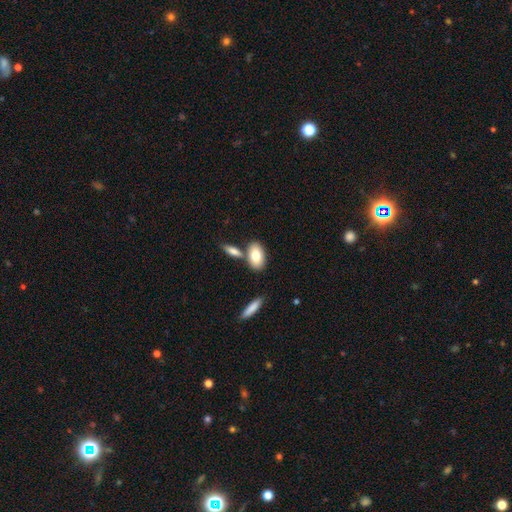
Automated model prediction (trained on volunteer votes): smooth-or-featured: smooth: 79% | featured or disk: 15% | star or artifact: 6%
  how-rounded: in between: 91% | round: 5% | cigar-shaped: 4%
  merging: none: 63% | merger: 23% | minor disturbance: 11% | major disturbance: 3%